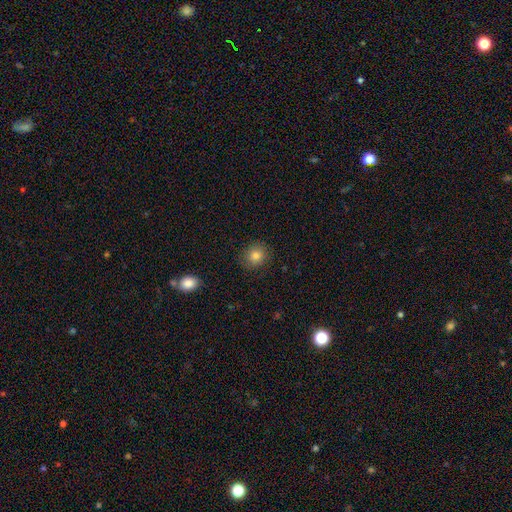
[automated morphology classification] Q: Smooth or featured?
A: smooth (82%); runner-up: star or artifact (11%)
Q: How rounded?
A: round (83%); runner-up: in between (16%)
Q: Merging?
A: none (89%); runner-up: minor disturbance (8%)